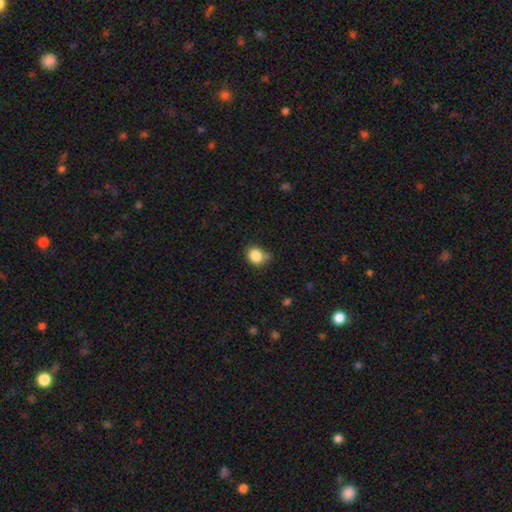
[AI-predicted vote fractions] Q: Smooth or featured?
A: smooth (85%); runner-up: star or artifact (10%)
Q: How rounded?
A: round (61%); runner-up: in between (38%)
Q: Merging?
A: none (62%); runner-up: minor disturbance (26%)